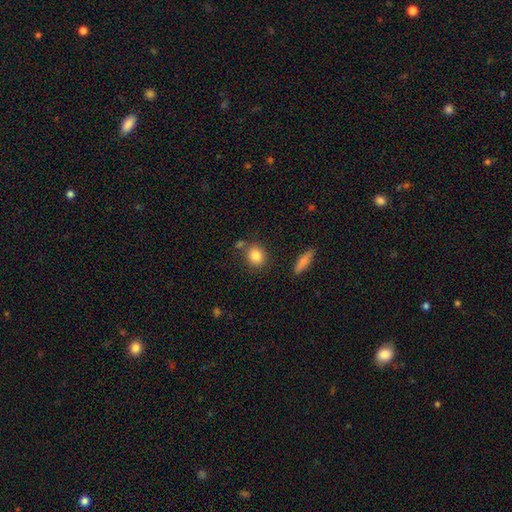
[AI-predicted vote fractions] Morphology: type=smooth (84%); roundness=round (67%); merging=none (75%).